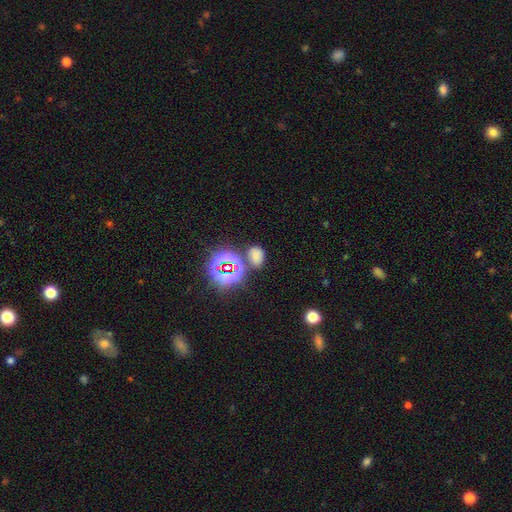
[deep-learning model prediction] Smooth or featured?
  - smooth: 58% *
  - star or artifact: 35%
  - featured or disk: 7%
How rounded?
  - in between: 73% *
  - round: 25%
  - cigar-shaped: 2%
Merging?
  - none: 69% *
  - minor disturbance: 14%
  - merger: 12%
  - major disturbance: 5%